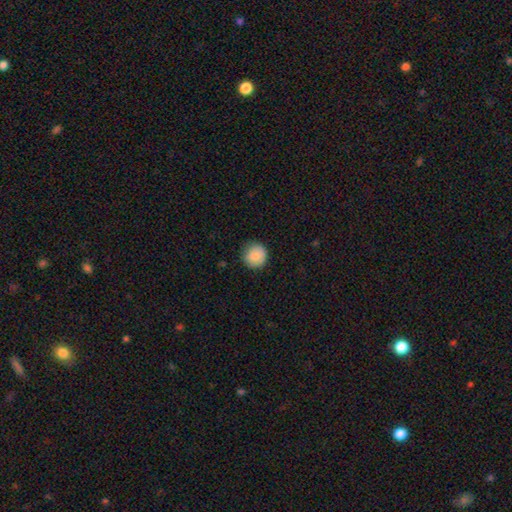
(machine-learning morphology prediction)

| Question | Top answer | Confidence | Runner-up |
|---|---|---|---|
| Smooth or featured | smooth | 86% | star or artifact (8%) |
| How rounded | round | 93% | in between (6%) |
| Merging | none | 83% | minor disturbance (13%) |